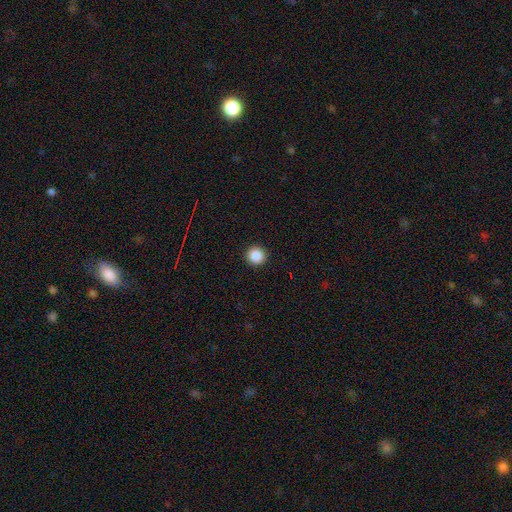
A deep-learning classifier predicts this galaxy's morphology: A smooth galaxy with no disk features (87%) that is round (95%).

Vote fractions:
- Smooth or featured? smooth: 87% / star or artifact: 10% / featured or disk: 3%
- How rounded? round: 95% / in between: 4% / cigar-shaped: 1%
- Merging? none: 93% / minor disturbance: 4% / major disturbance: 2% / merger: 1%